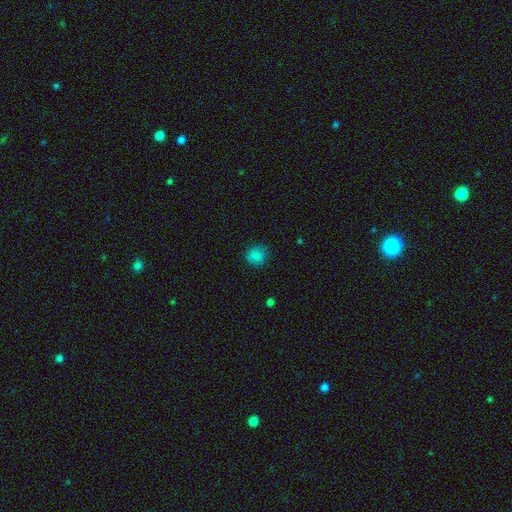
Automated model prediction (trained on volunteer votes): Morphology: type=smooth (83%); roundness=round (78%); merging=none (81%).